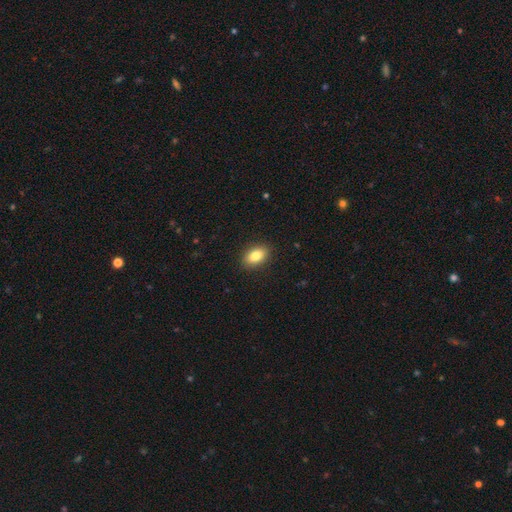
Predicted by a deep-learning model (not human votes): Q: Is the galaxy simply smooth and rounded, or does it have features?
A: smooth — 84%.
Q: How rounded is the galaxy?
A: in between — 88%.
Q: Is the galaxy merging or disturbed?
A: none — 90%.